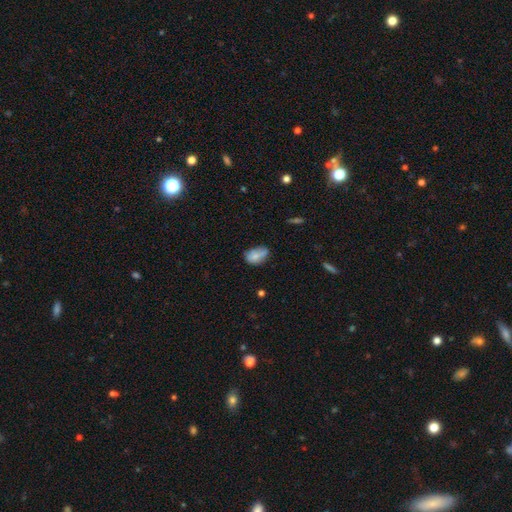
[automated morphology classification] Smooth or featured: smooth — 68% (featured or disk — 23%)
How rounded: in between — 84% (round — 14%)
Merging: none — 46% (minor disturbance — 36%)